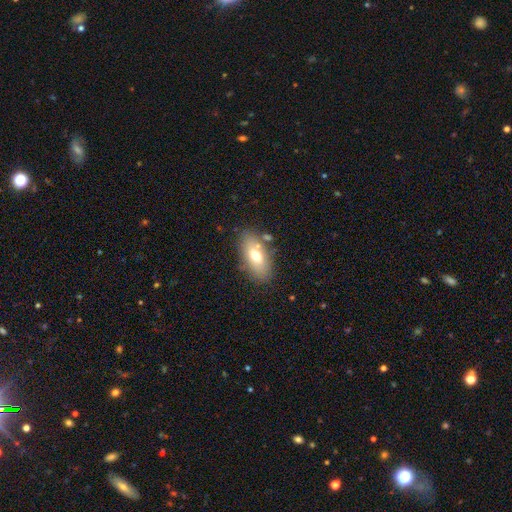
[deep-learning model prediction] A smooth galaxy with no disk features (65%) that is in between round and cigar-shaped (87%).

Vote fractions:
- Smooth or featured? smooth: 65% / featured or disk: 26% / star or artifact: 9%
- How rounded? in between: 87% / cigar-shaped: 7% / round: 6%
- Merging? none: 76% / minor disturbance: 14% / merger: 6% / major disturbance: 4%